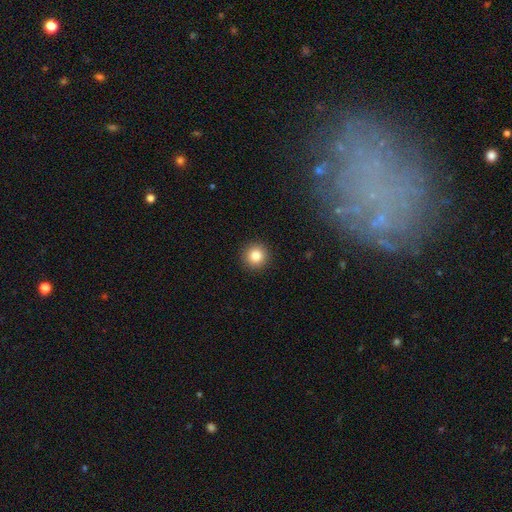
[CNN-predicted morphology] Q: Smooth or featured?
A: smooth (84%); runner-up: star or artifact (10%)
Q: How rounded?
A: round (95%); runner-up: in between (4%)
Q: Merging?
A: none (93%); runner-up: minor disturbance (5%)